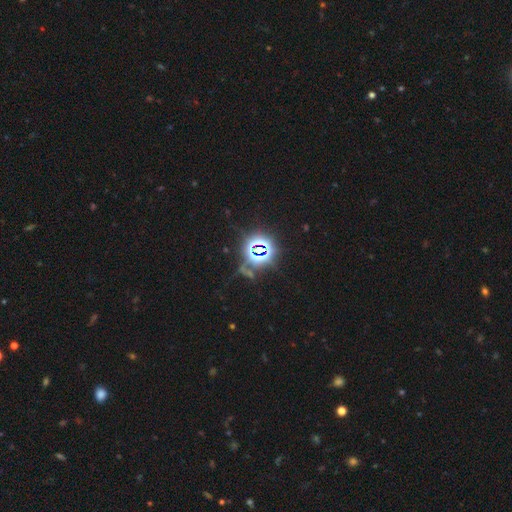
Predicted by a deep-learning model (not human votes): star or artifact 81%, smooth 11%, featured or disk 8%.